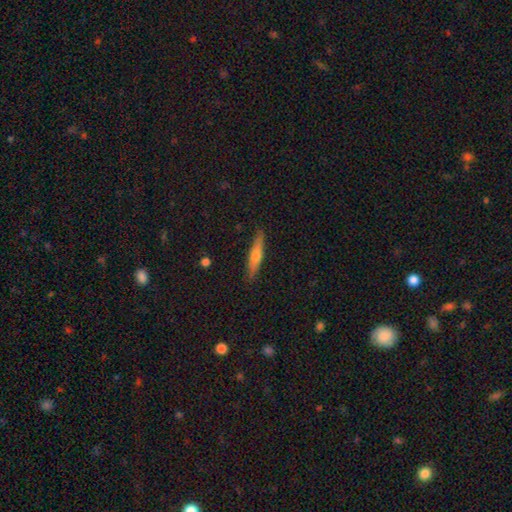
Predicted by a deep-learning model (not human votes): Overall: featured or disk (49%; smooth 45%). Merging: none (89%).